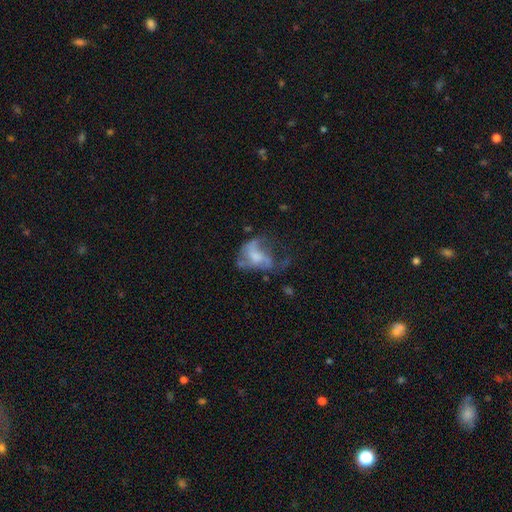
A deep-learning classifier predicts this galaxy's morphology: Smooth or featured? featured or disk (55%)
Edge-on disk? no (97%)
Bar? no (66%)
Spiral arms? no (55%)
Bulge size? none (37%)
Merging? major disturbance (48%)